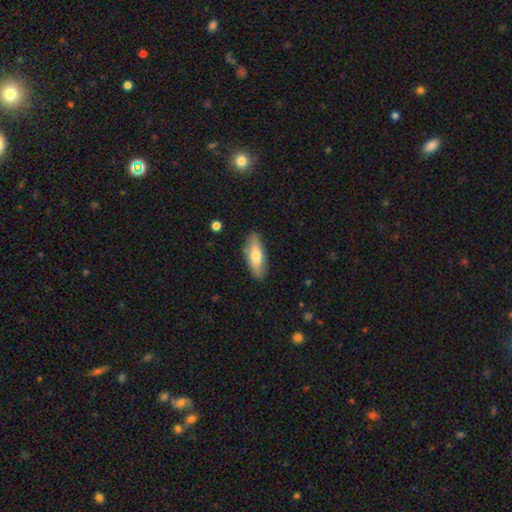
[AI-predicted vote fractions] Smooth or featured: smooth — 68% (featured or disk — 27%)
How rounded: in between — 67% (cigar-shaped — 30%)
Merging: none — 85% (minor disturbance — 12%)